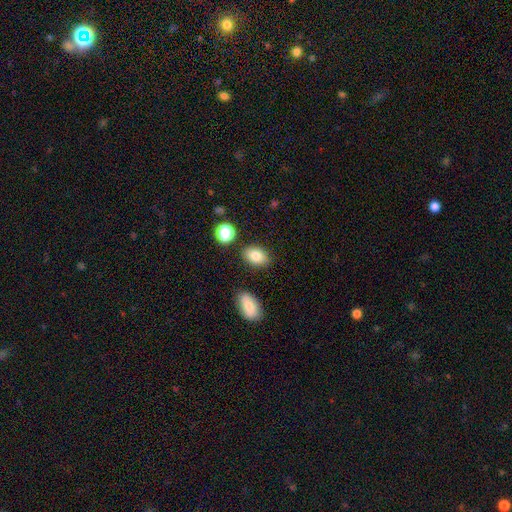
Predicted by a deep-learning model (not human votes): This appears to be a smooth galaxy with no disk features (82%) that is in between round and cigar-shaped (83%). Merging: none (83%).